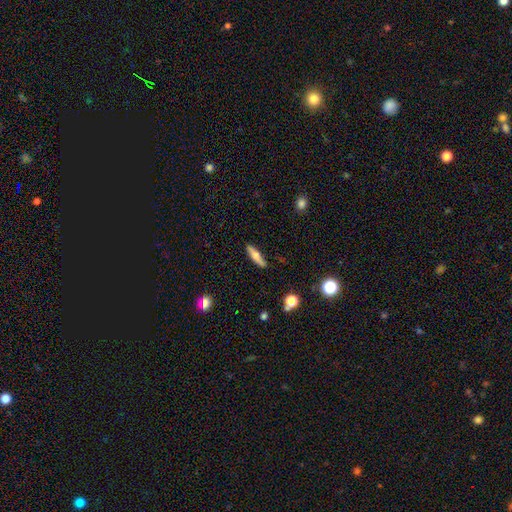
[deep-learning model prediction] Smooth or featured: smooth — 61% (featured or disk — 32%)
How rounded: cigar-shaped — 74% (in between — 23%)
Merging: none — 86% (minor disturbance — 10%)